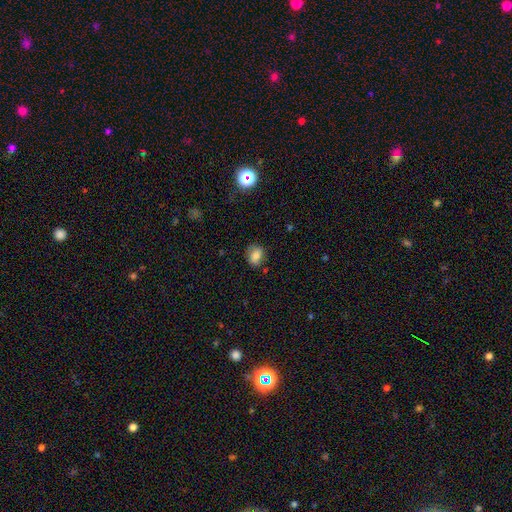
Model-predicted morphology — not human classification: A smooth galaxy with no disk features (80%) that is in between round and cigar-shaped (57%). Merging: none (75%).